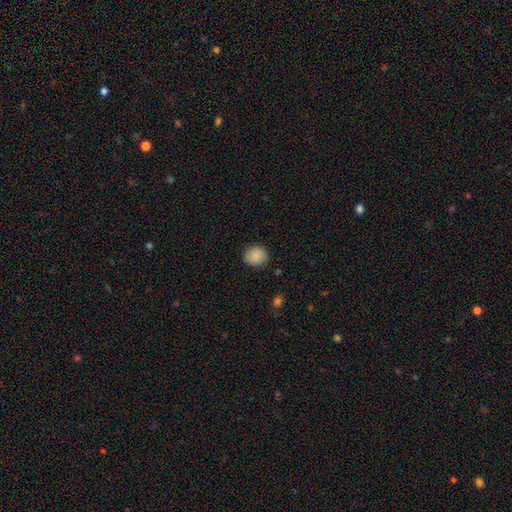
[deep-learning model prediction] Smooth or featured? Predicted: smooth (p=0.80). How rounded? Predicted: round (p=0.79). Merging? Predicted: none (p=0.85).